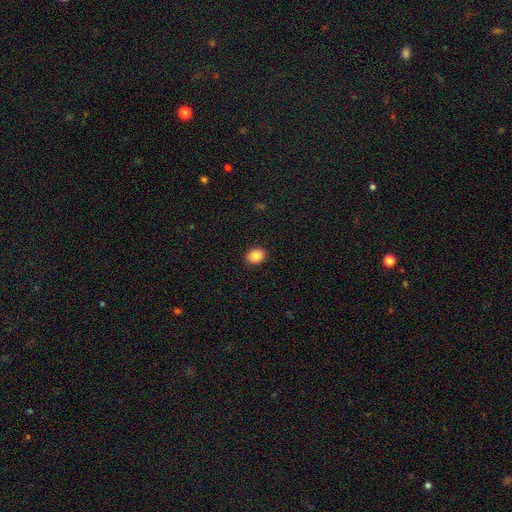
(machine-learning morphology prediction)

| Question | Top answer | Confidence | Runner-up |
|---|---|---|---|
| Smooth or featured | smooth | 86% | star or artifact (9%) |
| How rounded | round | 52% | in between (47%) |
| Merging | none | 91% | minor disturbance (6%) |